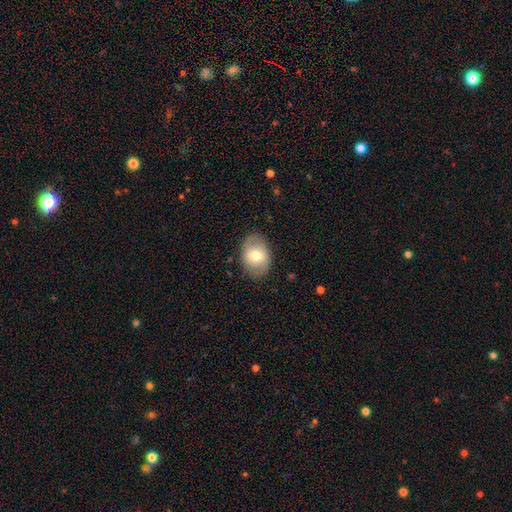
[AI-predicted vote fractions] This is likely a smooth galaxy (61%). How rounded: likely in between (73%). Merging: clearly none (82%).